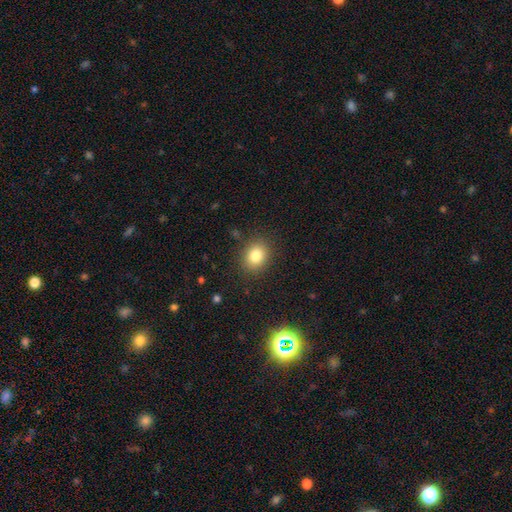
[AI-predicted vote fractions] A smooth galaxy with no disk features (82%) that is round (51%).

Vote fractions:
- Smooth or featured? smooth: 82% / star or artifact: 11% / featured or disk: 8%
- How rounded? round: 51% / in between: 48% / cigar-shaped: 1%
- Merging? none: 86% / minor disturbance: 9% / major disturbance: 3% / merger: 1%